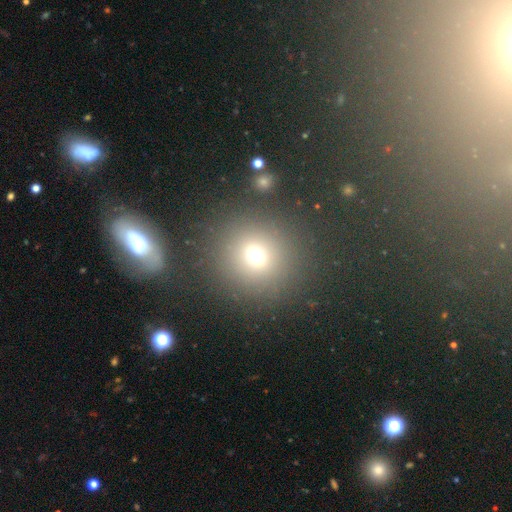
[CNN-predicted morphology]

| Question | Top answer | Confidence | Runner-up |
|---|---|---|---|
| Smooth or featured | smooth | 69% | star or artifact (20%) |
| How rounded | round | 87% | in between (12%) |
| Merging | none | 81% | minor disturbance (8%) |